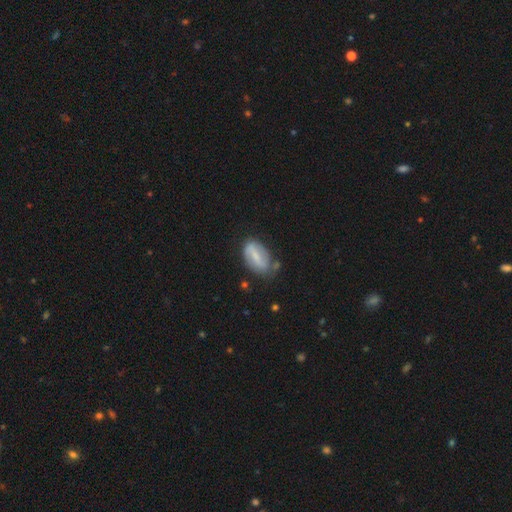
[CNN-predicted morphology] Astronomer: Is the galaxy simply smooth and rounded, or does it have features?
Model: featured or disk — 48% (runner-up: smooth, 45%).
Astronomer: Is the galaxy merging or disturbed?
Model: none — 63%.